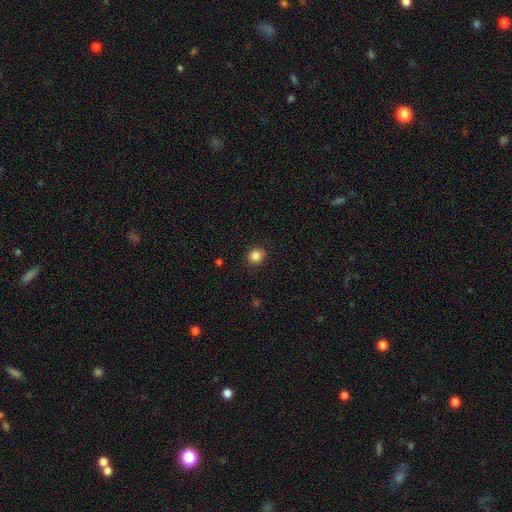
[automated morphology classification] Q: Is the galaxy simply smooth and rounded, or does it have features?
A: smooth — 85%.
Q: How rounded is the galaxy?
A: round — 93%.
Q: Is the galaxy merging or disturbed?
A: none — 90%.